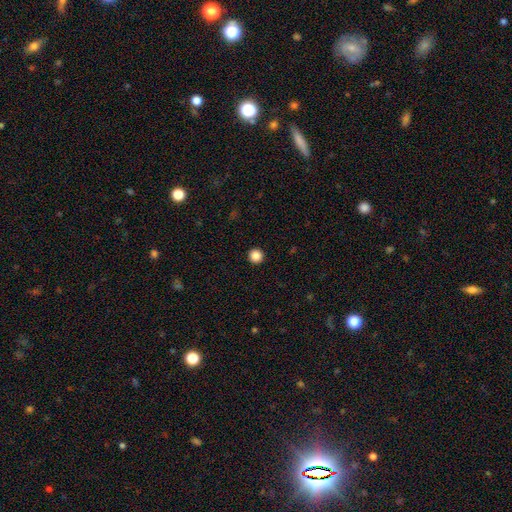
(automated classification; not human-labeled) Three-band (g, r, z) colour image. It shows a smooth galaxy with no disk features (87%) that is round (96%). Merging: none (94%).